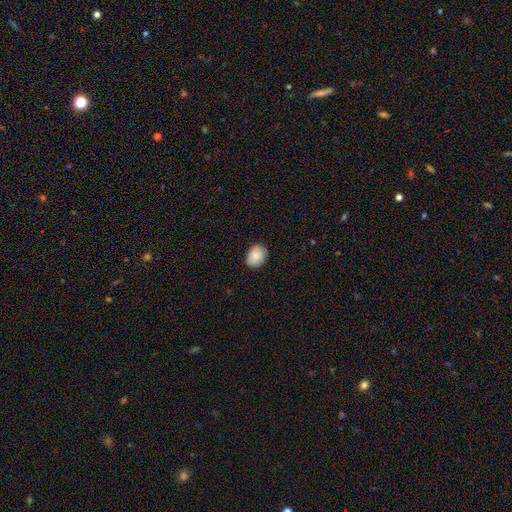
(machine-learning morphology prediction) A smooth galaxy with no disk features (85%) that is in between round and cigar-shaped (55%). Merging: none (87%).